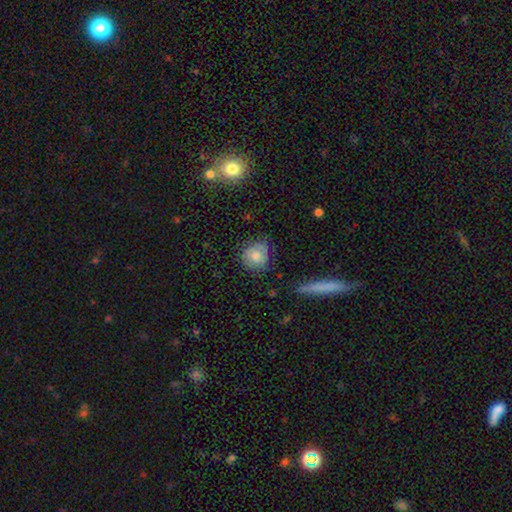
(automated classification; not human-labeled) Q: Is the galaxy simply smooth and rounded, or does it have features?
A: smooth — 68%.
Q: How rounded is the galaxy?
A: round — 85%.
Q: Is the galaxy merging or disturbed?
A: none — 73%.